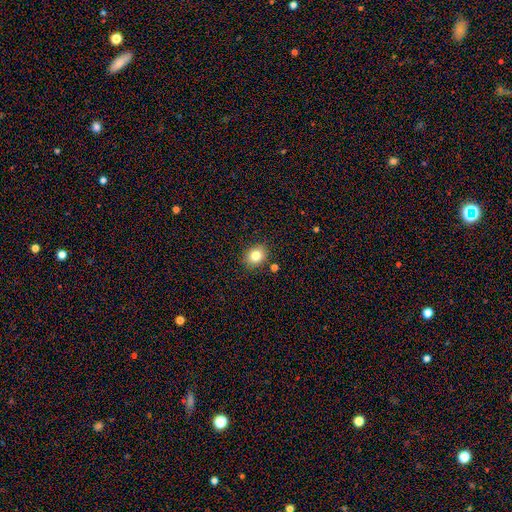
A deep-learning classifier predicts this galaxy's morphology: This appears to be a smooth galaxy with no disk features (81%) that is round (55%). Merging: none (85%).